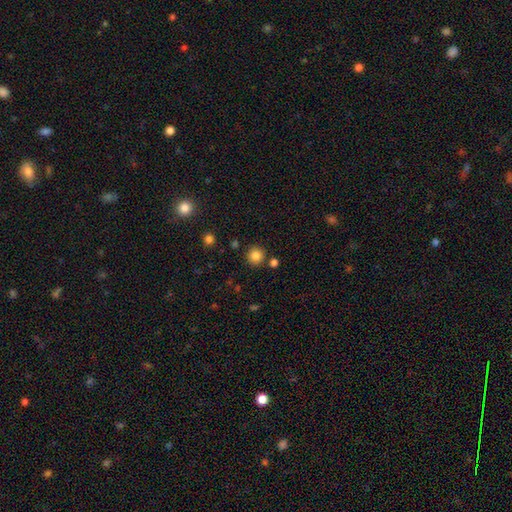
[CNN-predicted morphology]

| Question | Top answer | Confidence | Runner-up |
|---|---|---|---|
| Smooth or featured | smooth | 84% | star or artifact (12%) |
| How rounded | round | 94% | in between (5%) |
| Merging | none | 86% | minor disturbance (6%) |